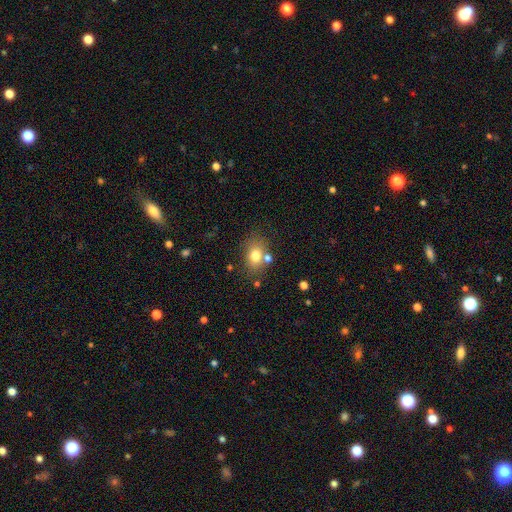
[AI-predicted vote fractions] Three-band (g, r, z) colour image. It shows a smooth galaxy with no disk features (76%) that is in between round and cigar-shaped (65%). Merging: none (67%).